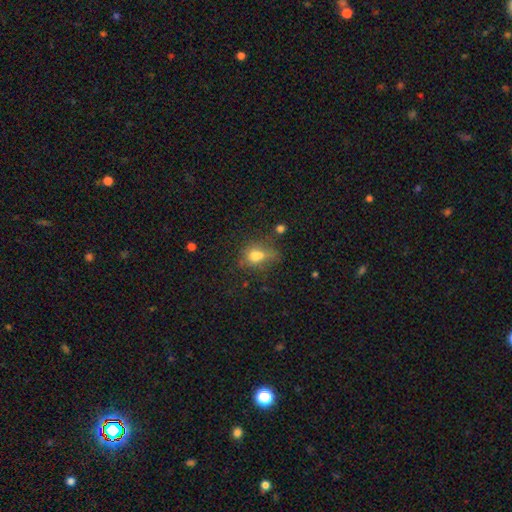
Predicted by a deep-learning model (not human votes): Smooth or featured?
  - smooth: 70% *
  - star or artifact: 15%
  - featured or disk: 15%
How rounded?
  - in between: 54% *
  - round: 43%
  - cigar-shaped: 3%
Merging?
  - none: 40% *
  - minor disturbance: 25%
  - major disturbance: 21%
  - merger: 14%